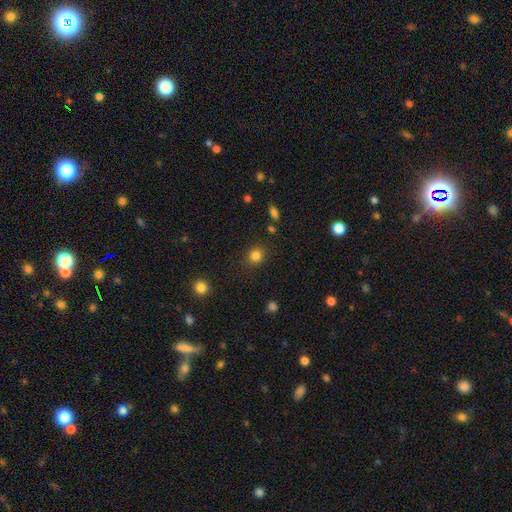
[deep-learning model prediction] smooth-or-featured: smooth: 83% | star or artifact: 12% | featured or disk: 5%
  how-rounded: round: 78% | in between: 21% | cigar-shaped: 1%
  merging: none: 85% | minor disturbance: 9% | major disturbance: 3% | merger: 2%